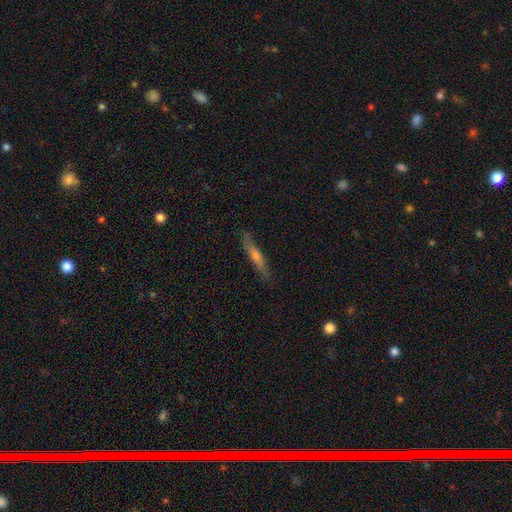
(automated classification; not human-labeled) Smooth or featured?
  - featured or disk: 49% *
  - smooth: 45%
  - star or artifact: 7%
Merging?
  - none: 87% *
  - minor disturbance: 10%
  - major disturbance: 2%
  - merger: 1%